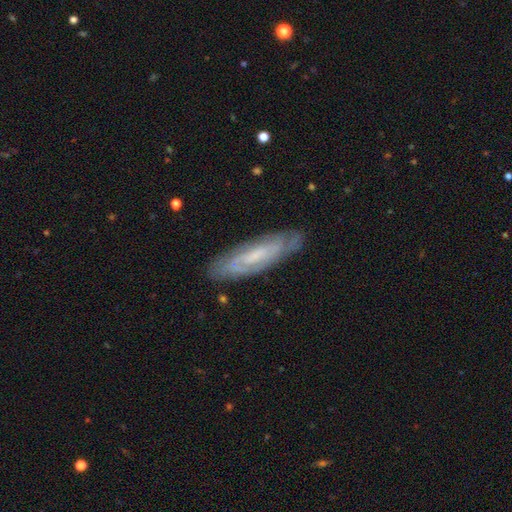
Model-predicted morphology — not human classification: Smooth or featured?
  - featured or disk: 70% *
  - smooth: 24%
  - star or artifact: 6%
Edge-on disk?
  - no: 75% *
  - yes: 25%
Bar?
  - weak: 44% *
  - no: 39%
  - strong: 17%
Spiral arms?
  - yes: 86% *
  - no: 14%
Bulge size?
  - small: 44% *
  - moderate: 27%
  - none: 23%
  - large: 5%
  - dominant: 1%
Merging?
  - none: 78% *
  - minor disturbance: 16%
  - major disturbance: 4%
  - merger: 1%